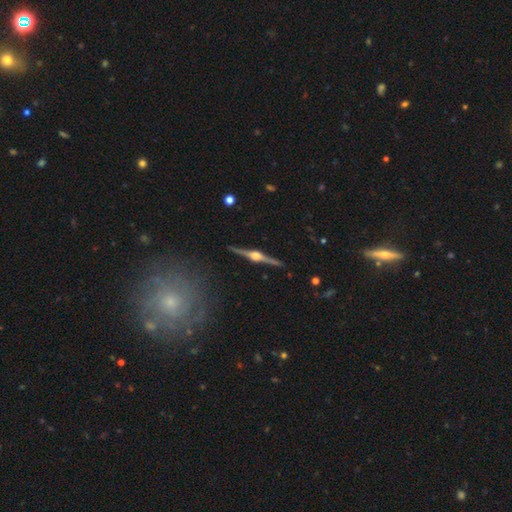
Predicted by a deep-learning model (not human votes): Smooth or featured: featured or disk — 88% (smooth — 6%)
Edge-on disk: yes — 99% (no — 1%)
Edge-on bulge: rounded — 95% (boxy — 4%)
Merging: none — 91% (minor disturbance — 6%)